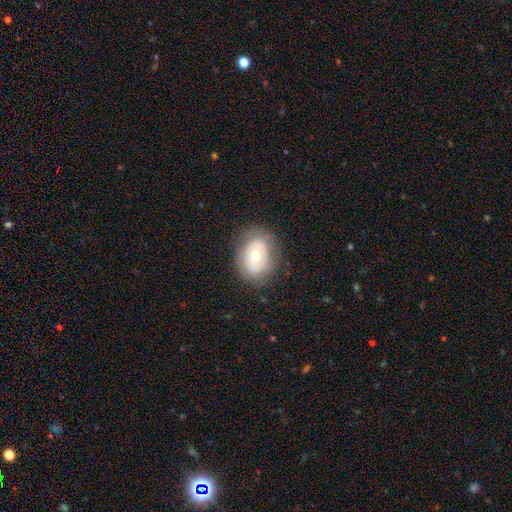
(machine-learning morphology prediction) The model was most divided on "smooth or featured" (2-way tie): smooth: 46%, featured or disk: 46%, star or artifact: 8%. More confident: merging — none (78%).